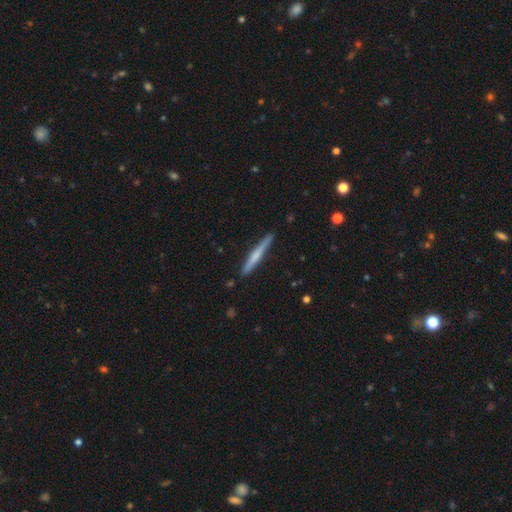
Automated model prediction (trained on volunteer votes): Smooth or featured? Predicted: smooth (p=0.49). Merging? Predicted: none (p=0.89).